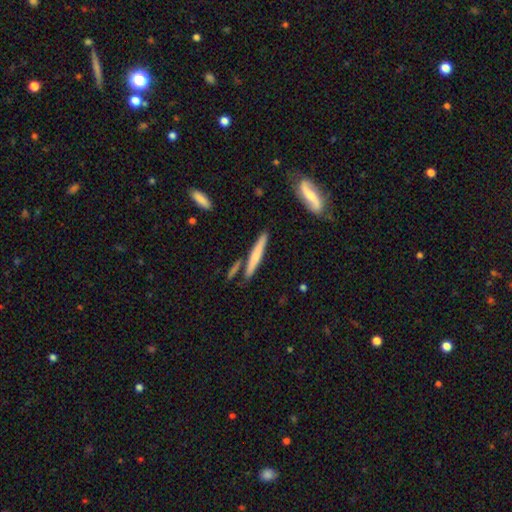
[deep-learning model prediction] smooth-or-featured: smooth: 56% | featured or disk: 39% | star or artifact: 6%
  how-rounded: cigar-shaped: 94% | in between: 4% | round: 2%
  merging: none: 81% | minor disturbance: 10% | merger: 7% | major disturbance: 2%